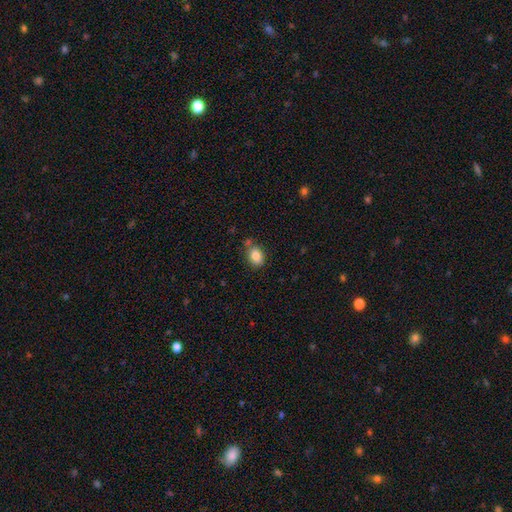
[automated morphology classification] Q: Smooth or featured?
A: smooth (85%); runner-up: star or artifact (9%)
Q: How rounded?
A: in between (71%); runner-up: round (28%)
Q: Merging?
A: none (71%); runner-up: minor disturbance (16%)